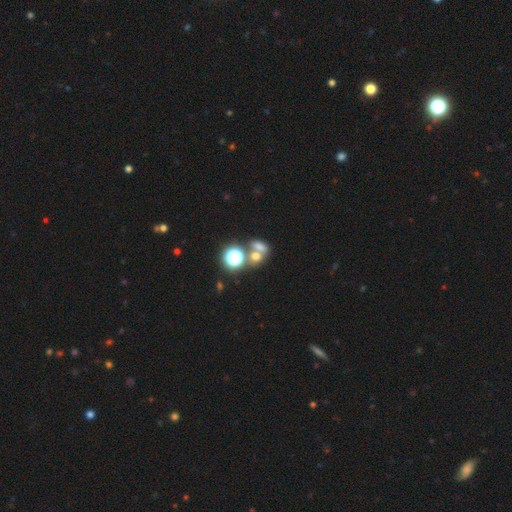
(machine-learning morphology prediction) type=smooth (57%); roundness=round (53%); merging=merger (48%).